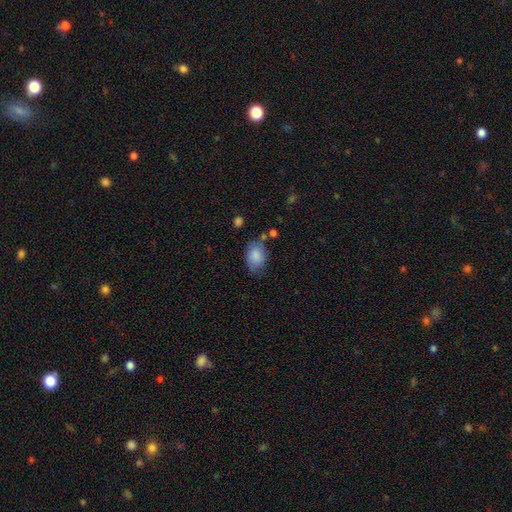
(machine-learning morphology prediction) Smooth or featured?
  - smooth: 84% *
  - featured or disk: 9%
  - star or artifact: 7%
How rounded?
  - in between: 82% *
  - round: 17%
  - cigar-shaped: 1%
Merging?
  - none: 60% *
  - minor disturbance: 27%
  - major disturbance: 8%
  - merger: 5%